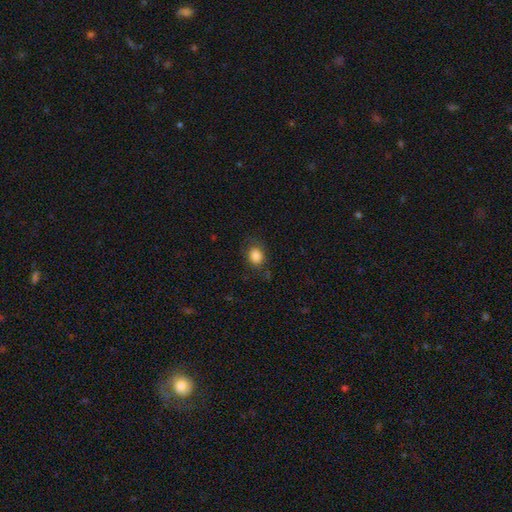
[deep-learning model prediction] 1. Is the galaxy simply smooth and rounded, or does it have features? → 84% smooth, 10% star or artifact, 6% featured or disk.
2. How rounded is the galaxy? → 50% round, 49% in between, 1% cigar-shaped.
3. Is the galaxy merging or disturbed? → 73% none, 18% minor disturbance, 7% major disturbance, 2% merger.